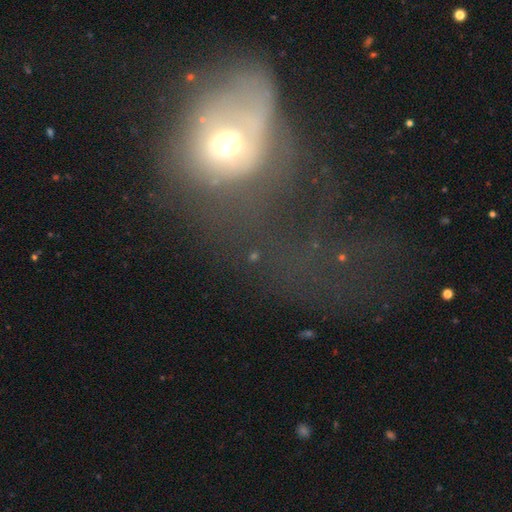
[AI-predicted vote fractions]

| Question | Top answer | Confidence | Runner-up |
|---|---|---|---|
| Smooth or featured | smooth | 44% | featured or disk (35%) |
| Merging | major disturbance | 57% | none (20%) |